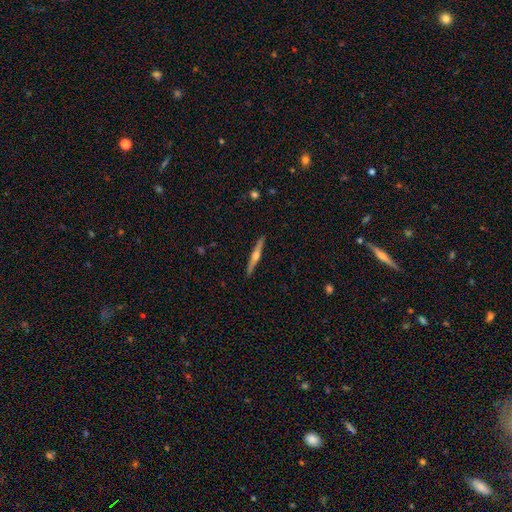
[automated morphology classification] featured or disk 73%, smooth 22%, star or artifact 5%. Down the decision tree: edge-on disk — yes (98%); edge-on bulge — rounded (92%); merging — none (91%).